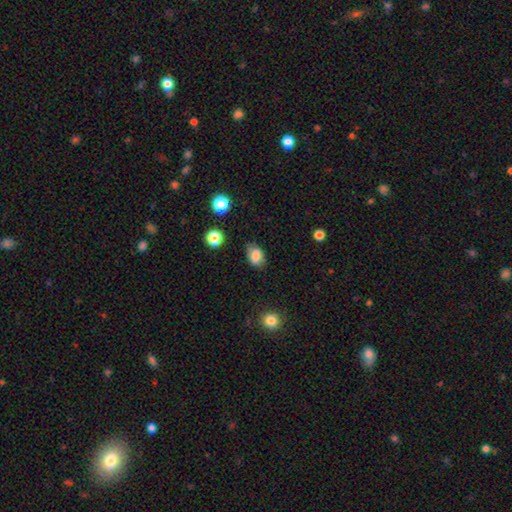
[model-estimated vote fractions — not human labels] Smooth or featured: smooth — 78% (featured or disk — 13%)
How rounded: in between — 82% (round — 17%)
Merging: none — 72% (minor disturbance — 21%)